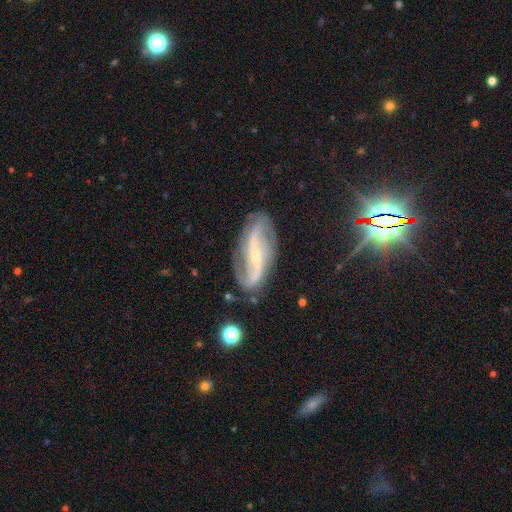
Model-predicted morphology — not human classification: This appears to be a featured or disk galaxy (87%) with a strong bar (39%), 2 (83%) loose (50%) spiral arms (97%) and a small central bulge (79%). Merging: none (76%).